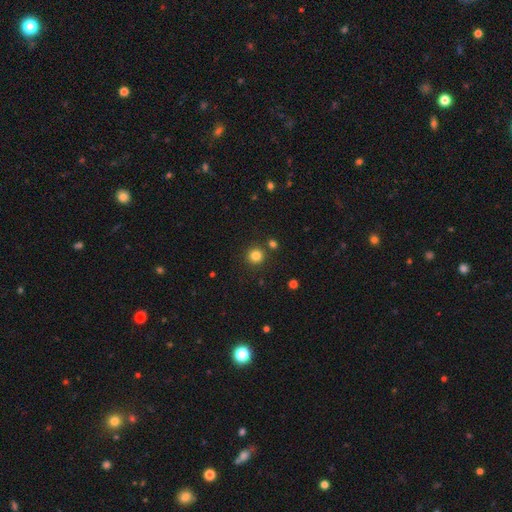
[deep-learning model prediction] Smooth or featured?
  - smooth: 82% *
  - star or artifact: 14%
  - featured or disk: 5%
How rounded?
  - round: 94% *
  - in between: 5%
  - cigar-shaped: 1%
Merging?
  - none: 87% *
  - minor disturbance: 6%
  - merger: 5%
  - major disturbance: 2%